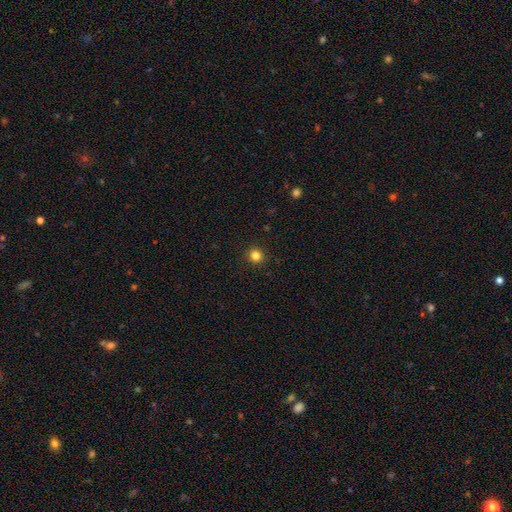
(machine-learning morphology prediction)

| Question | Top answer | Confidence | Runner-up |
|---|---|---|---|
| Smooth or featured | smooth | 82% | star or artifact (14%) |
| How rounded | round | 93% | in between (6%) |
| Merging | none | 92% | minor disturbance (5%) |